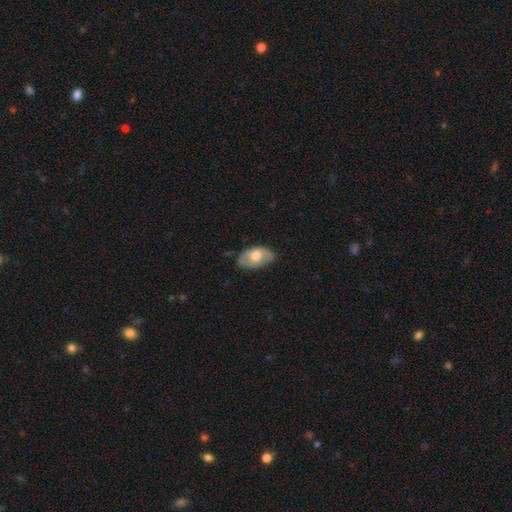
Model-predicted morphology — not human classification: Overall: smooth (61%; featured or disk 33%). How rounded: in between (93%). Merging: none (69%).